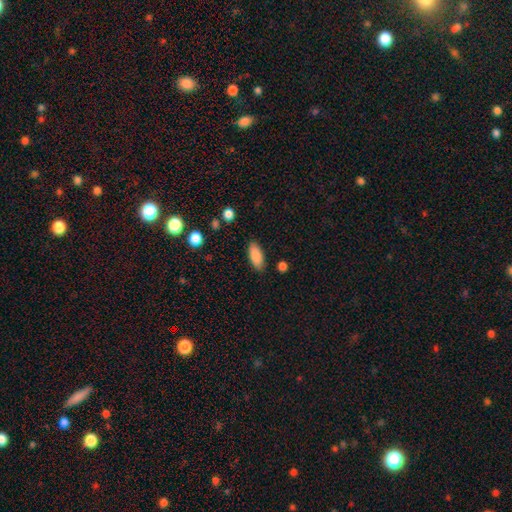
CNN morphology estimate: This appears to be a smooth galaxy with no disk features (88%) that is in between round and cigar-shaped (82%). Merging: none (86%).